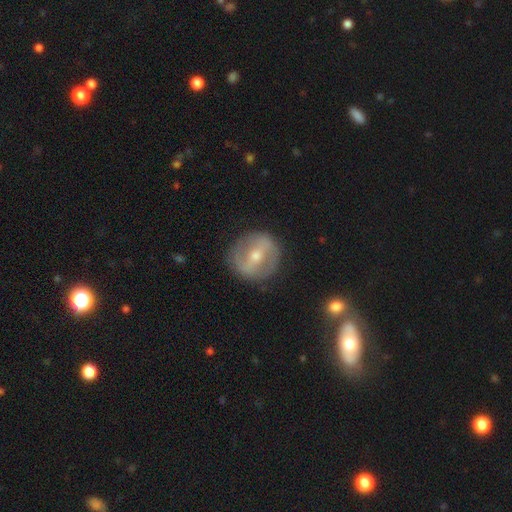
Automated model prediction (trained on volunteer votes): Smooth or featured? Predicted: featured or disk (p=0.68). Edge-on disk? Predicted: no (p=0.92). Bar? Predicted: strong (p=0.56). Spiral arms? Predicted: no (p=0.56). Bulge size? Predicted: moderate (p=0.55). Merging? Predicted: none (p=0.85).